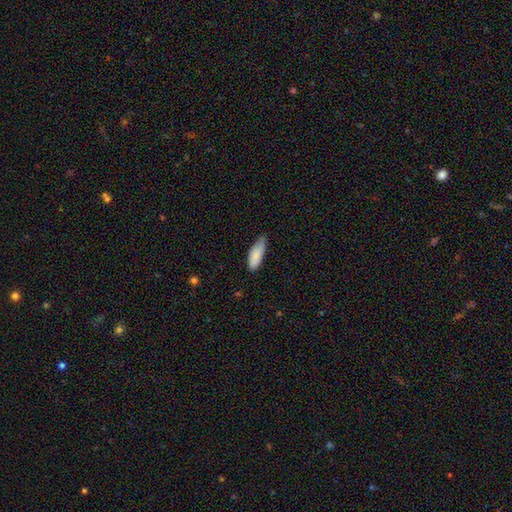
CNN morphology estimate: A smooth galaxy with no disk features (86%) that is in between round and cigar-shaped (73%). Merging: minor disturbance (45%, tied with none).